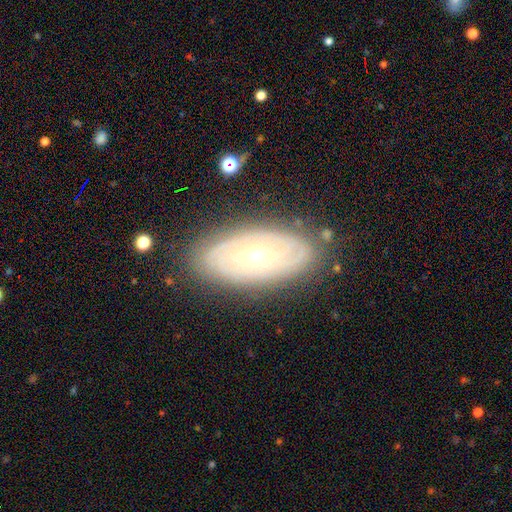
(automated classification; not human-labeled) smooth_or_featured: featured or disk (p=0.71) [alt: smooth p=0.23]
disk_edge_on: no (p=0.90) [alt: yes p=0.10]
bar: no (p=0.83) [alt: weak p=0.13]
has_spiral_arms: yes (p=0.71) [alt: no p=0.29]
bulge_size: small (p=0.64) [alt: moderate p=0.33]
merging: none (p=0.83) [alt: minor disturbance p=0.13]